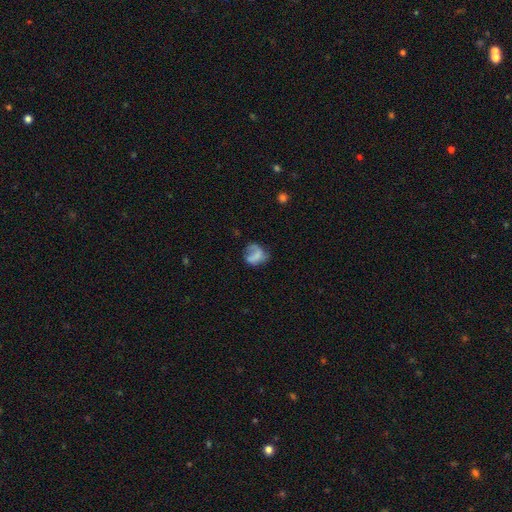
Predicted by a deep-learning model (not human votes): Q: Smooth or featured?
A: smooth (55%); runner-up: featured or disk (33%)
Q: How rounded?
A: in between (52%); runner-up: round (46%)
Q: Merging?
A: none (35%); runner-up: major disturbance (32%)